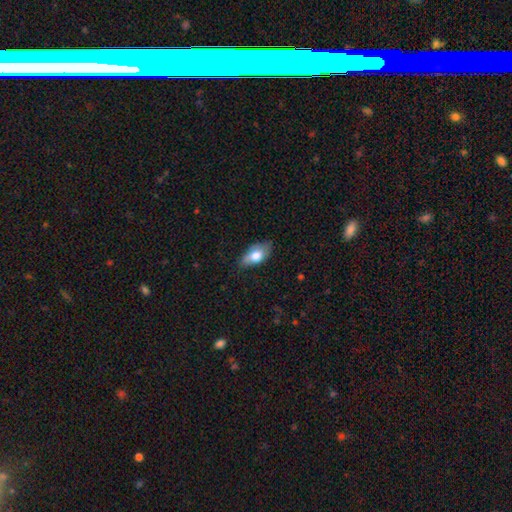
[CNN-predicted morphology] Smooth or featured?
  - smooth: 70% *
  - featured or disk: 23%
  - star or artifact: 7%
How rounded?
  - in between: 90% *
  - cigar-shaped: 6%
  - round: 5%
Merging?
  - none: 64% *
  - minor disturbance: 28%
  - major disturbance: 7%
  - merger: 2%